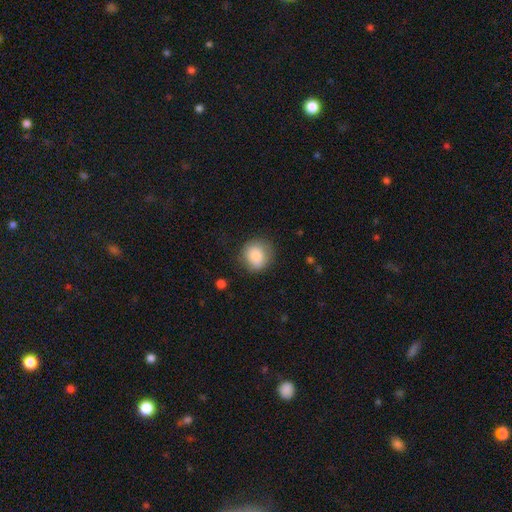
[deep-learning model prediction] This appears to be a smooth galaxy with no disk features (82%) that is round (86%). Merging: none (76%).